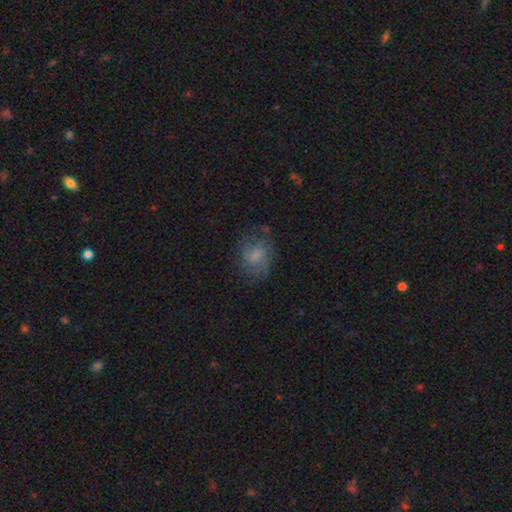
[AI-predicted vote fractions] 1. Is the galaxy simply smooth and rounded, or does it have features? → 48% featured or disk, 41% smooth, 10% star or artifact.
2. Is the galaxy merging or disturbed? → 58% none, 22% minor disturbance, 18% major disturbance, 2% merger.